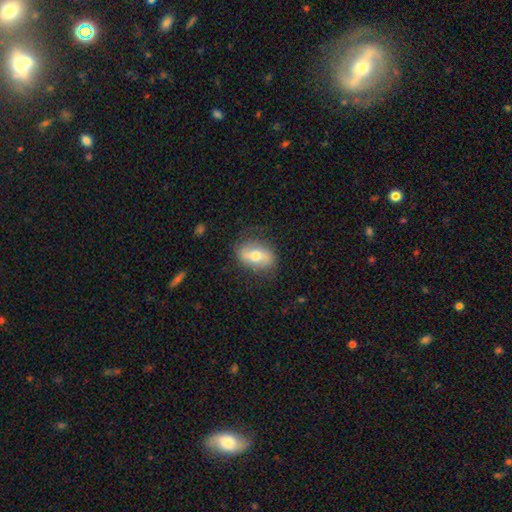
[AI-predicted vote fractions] featured or disk 50%, smooth 43%, star or artifact 7%. Down the decision tree: merging — none (77%).